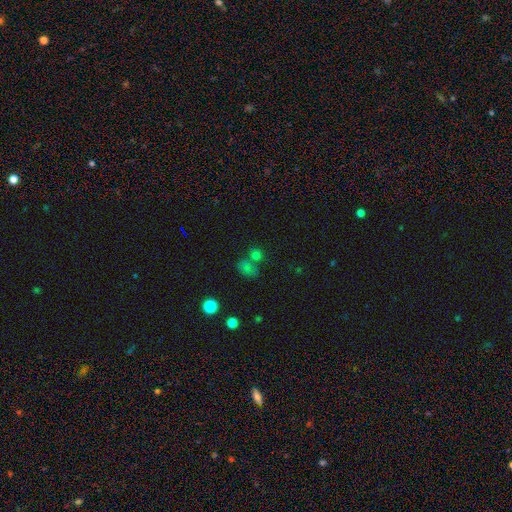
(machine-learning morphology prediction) Q: Smooth or featured?
A: smooth (66%); runner-up: star or artifact (24%)
Q: How rounded?
A: round (70%); runner-up: in between (28%)
Q: Merging?
A: none (48%); runner-up: merger (36%)